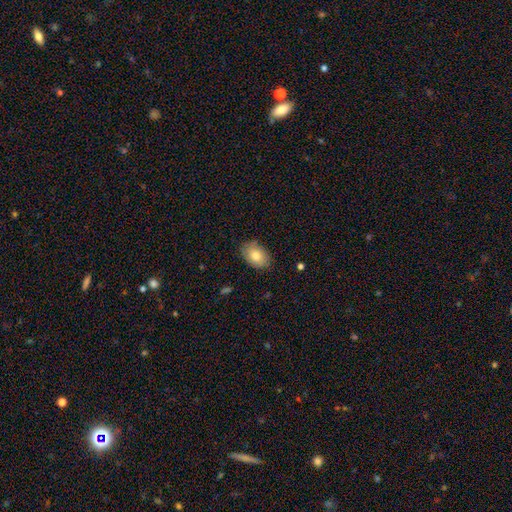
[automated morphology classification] smooth_or_featured: smooth (p=0.81) [alt: featured or disk p=0.12]
how_rounded: in between (p=0.88) [alt: round p=0.11]
merging: none (p=0.83) [alt: minor disturbance p=0.13]